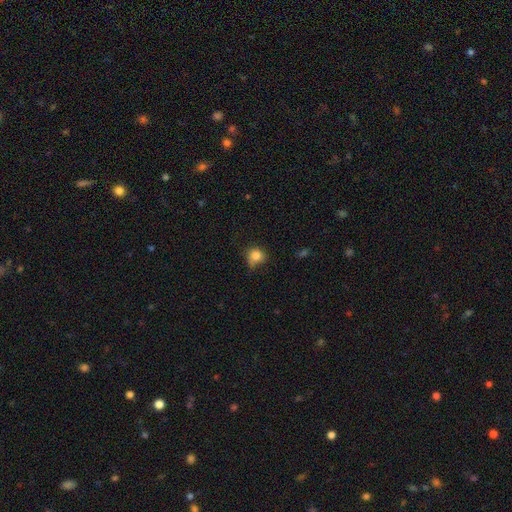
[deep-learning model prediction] This appears to be a smooth galaxy with no disk features (83%) that is round (82%). Merging: none (54%).